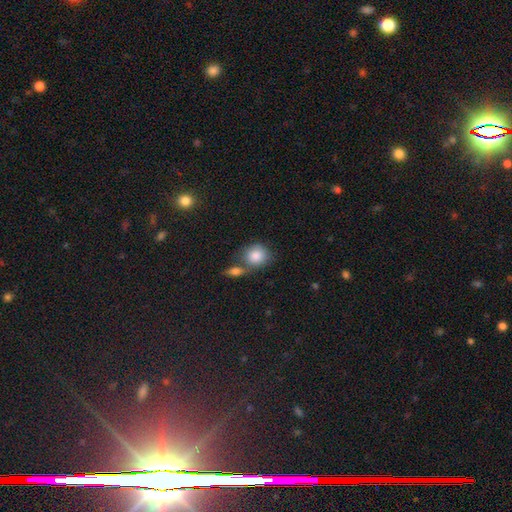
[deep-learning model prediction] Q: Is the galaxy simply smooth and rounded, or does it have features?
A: smooth — 85%.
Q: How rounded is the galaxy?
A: round — 73%.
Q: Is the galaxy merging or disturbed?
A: none — 48%.